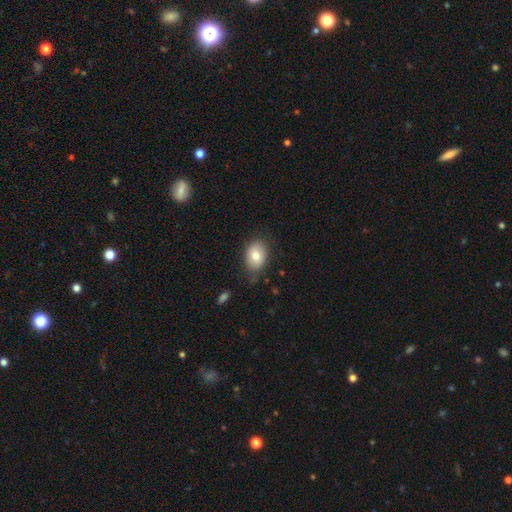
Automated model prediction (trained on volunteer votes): This is likely a smooth galaxy (79%). How rounded: likely in between (74%). Merging: likely none (78%).